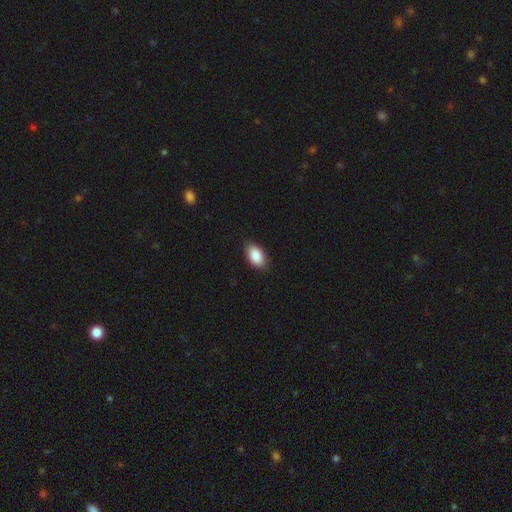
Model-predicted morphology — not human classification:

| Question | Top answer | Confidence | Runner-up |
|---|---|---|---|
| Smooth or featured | smooth | 89% | star or artifact (6%) |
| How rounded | in between | 93% | round (5%) |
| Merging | none | 86% | minor disturbance (11%) |